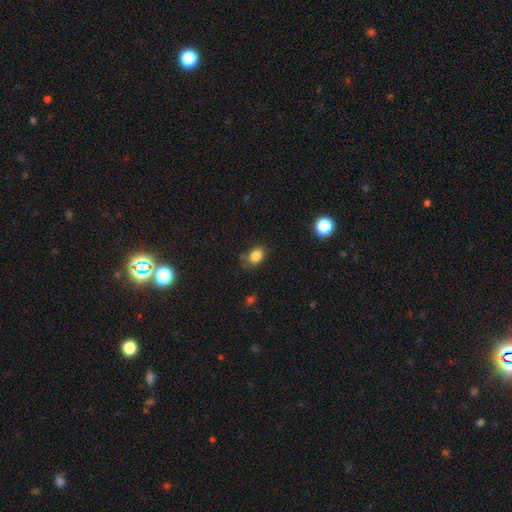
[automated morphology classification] Smooth or featured? smooth (83%)
How rounded? in between (70%)
Merging? none (73%)